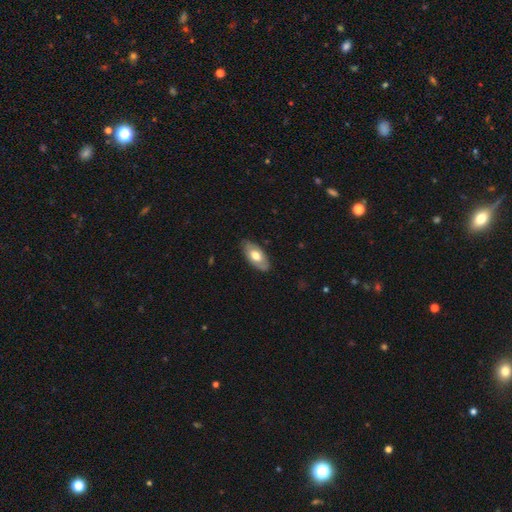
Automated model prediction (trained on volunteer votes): Smooth or featured? Predicted: smooth (p=0.59). How rounded? Predicted: in between (p=0.92). Merging? Predicted: none (p=0.81).